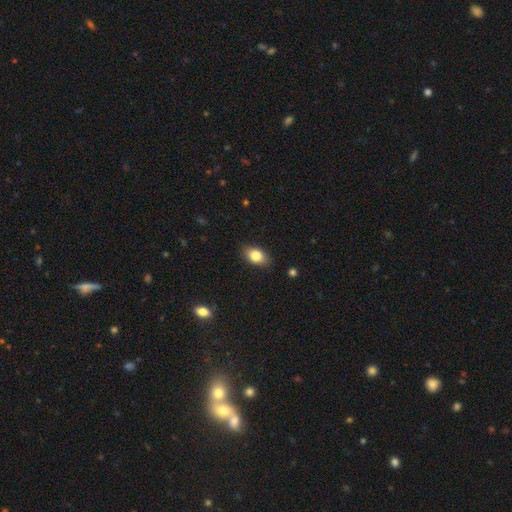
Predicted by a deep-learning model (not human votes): Morphology: type=smooth (83%); roundness=in between (85%); merging=none (85%).